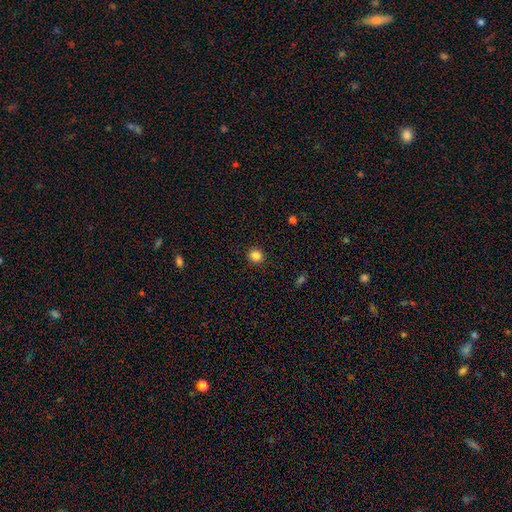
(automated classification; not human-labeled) Overall: smooth (84%). How rounded: round (87%). Merging: none (92%).